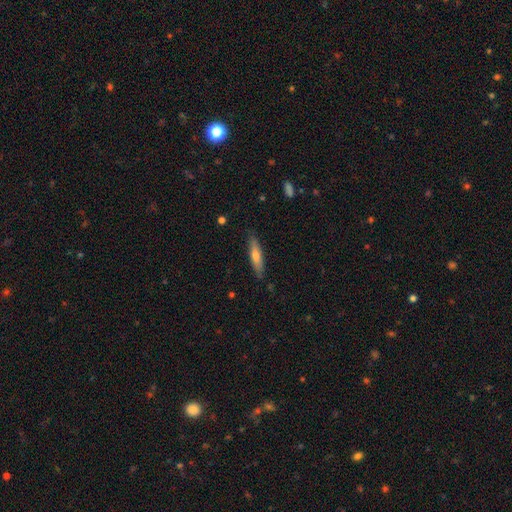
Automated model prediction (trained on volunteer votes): Smooth or featured? Predicted: smooth (p=0.62). How rounded? Predicted: cigar-shaped (p=0.84). Merging? Predicted: none (p=0.85).